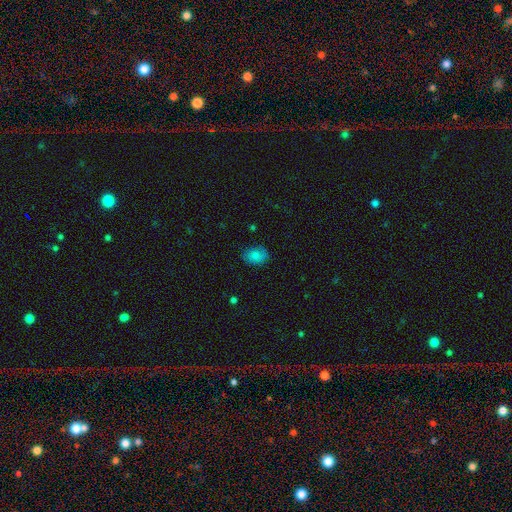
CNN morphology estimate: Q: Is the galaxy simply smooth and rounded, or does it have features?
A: smooth — 76%.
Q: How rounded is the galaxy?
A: in between — 67%.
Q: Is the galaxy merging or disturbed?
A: none — 73%.